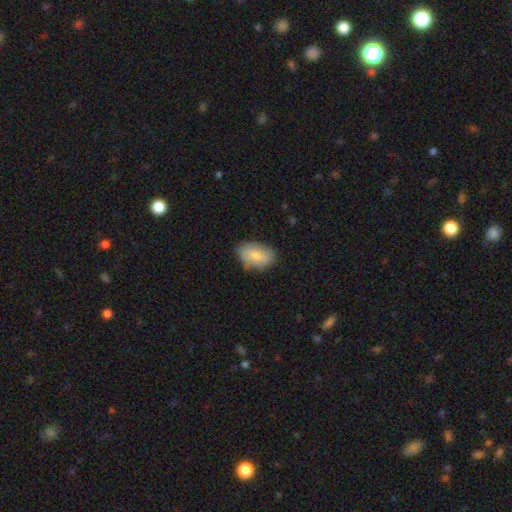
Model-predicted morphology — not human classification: Smooth or featured? smooth (78%)
How rounded? in between (91%)
Merging? none (74%)